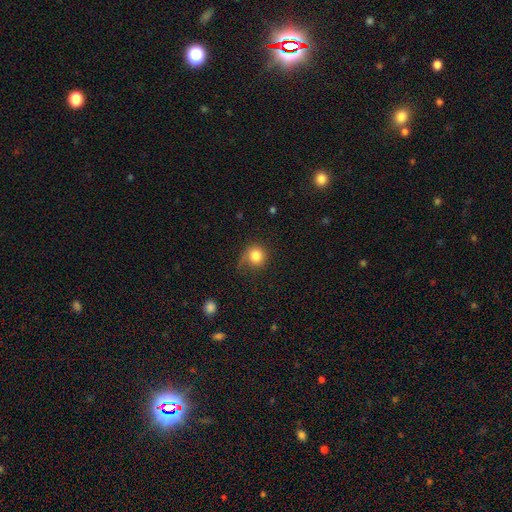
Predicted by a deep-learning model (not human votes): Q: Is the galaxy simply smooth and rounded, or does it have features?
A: smooth — 81%.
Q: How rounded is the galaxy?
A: round — 86%.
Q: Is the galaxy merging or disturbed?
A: none — 56%.